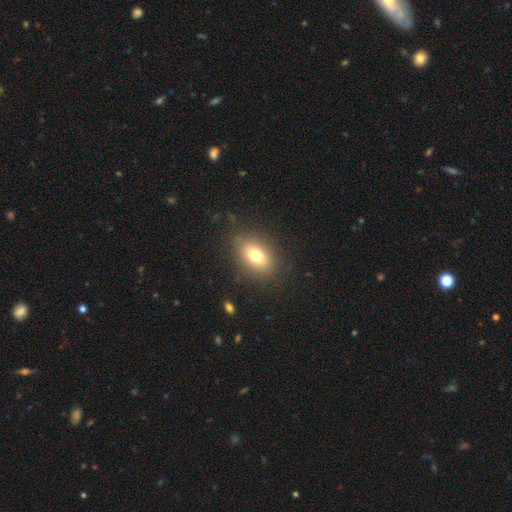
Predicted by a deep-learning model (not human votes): A smooth galaxy with no disk features (74%) that is in between round and cigar-shaped (75%). Merging: none (84%).